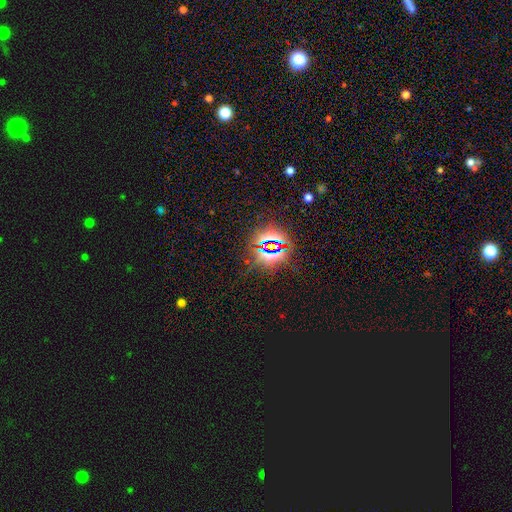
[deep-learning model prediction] Smooth or featured?
  - star or artifact: 82% *
  - smooth: 11%
  - featured or disk: 7%